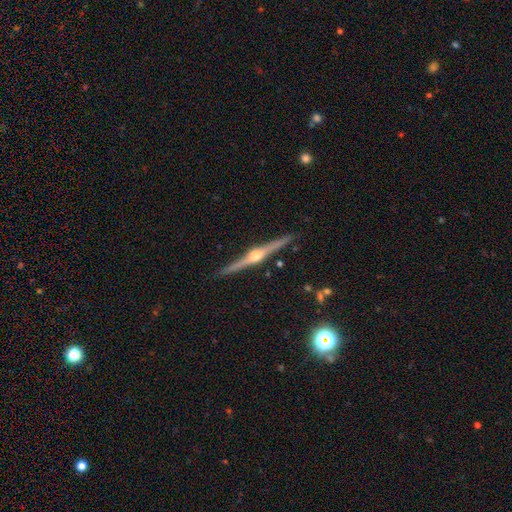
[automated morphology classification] Smooth or featured? featured or disk (87%)
Edge-on disk? yes (99%)
Edge-on bulge? rounded (94%)
Merging? none (91%)